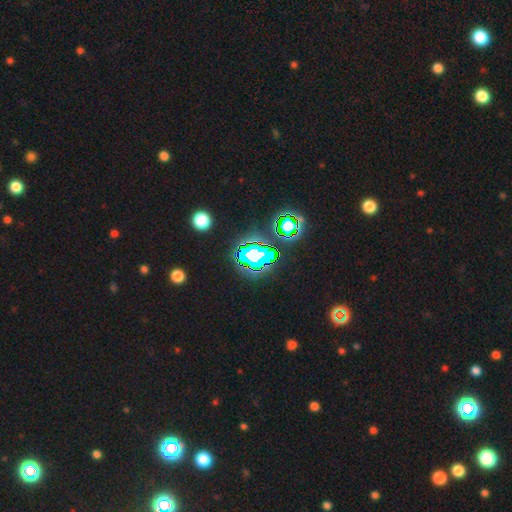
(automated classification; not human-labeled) This is likely a star or artifact rather than a galaxy (70%).